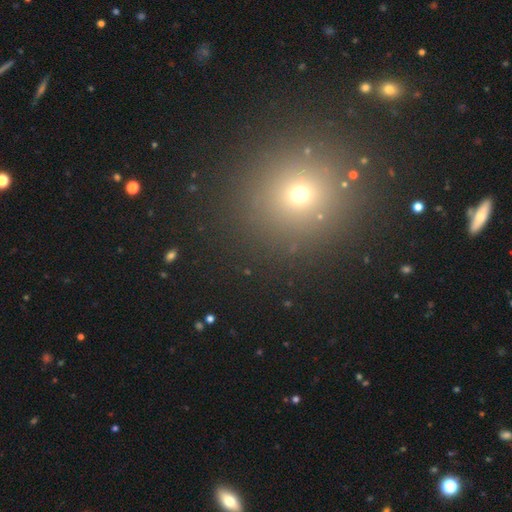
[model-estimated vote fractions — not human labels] Smooth or featured? Predicted: smooth (p=0.53). How rounded? Predicted: round (p=0.92). Merging? Predicted: none (p=0.90).